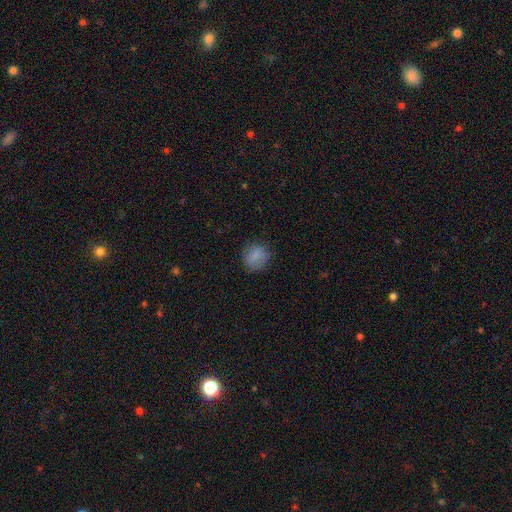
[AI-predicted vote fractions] This is clearly a smooth galaxy (82%). How rounded: clearly round (81%). Merging: likely none (79%).